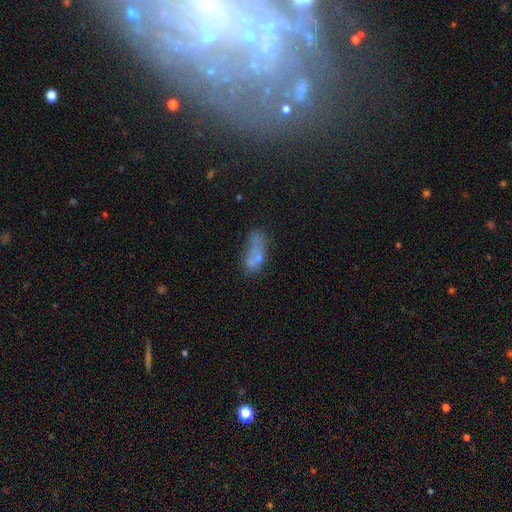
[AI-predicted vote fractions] Smooth or featured?
  - smooth: 60% *
  - featured or disk: 24%
  - star or artifact: 15%
How rounded?
  - in between: 65% *
  - cigar-shaped: 27%
  - round: 8%
Merging?
  - none: 31% * (tied)
  - merger: 31% * (tied)
  - minor disturbance: 19%
  - major disturbance: 18%